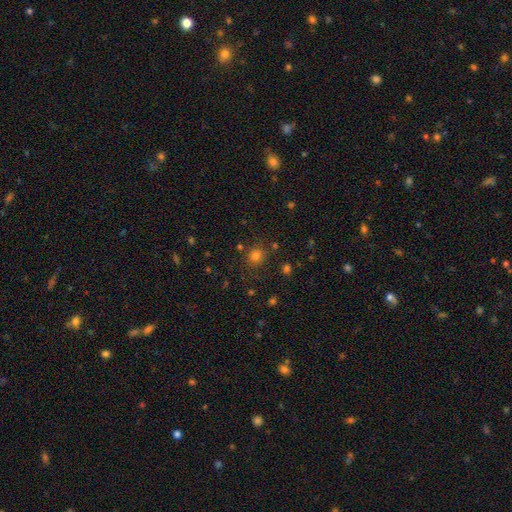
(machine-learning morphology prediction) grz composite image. It shows a smooth galaxy with no disk features (76%) that is round (83%). Merging: none (81%).